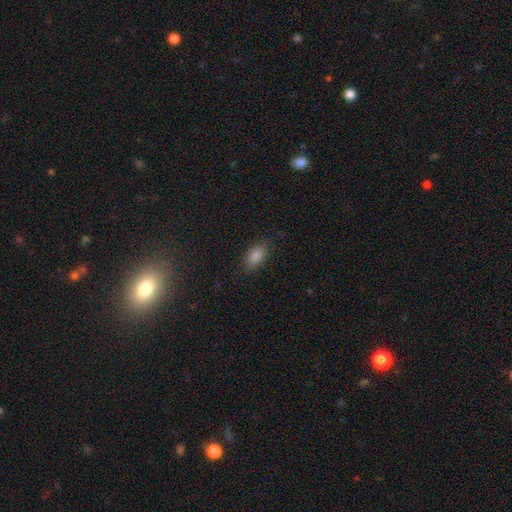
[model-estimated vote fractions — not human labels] This is clearly a smooth galaxy (83%). How rounded: clearly in between (89%). Merging: clearly none (84%).